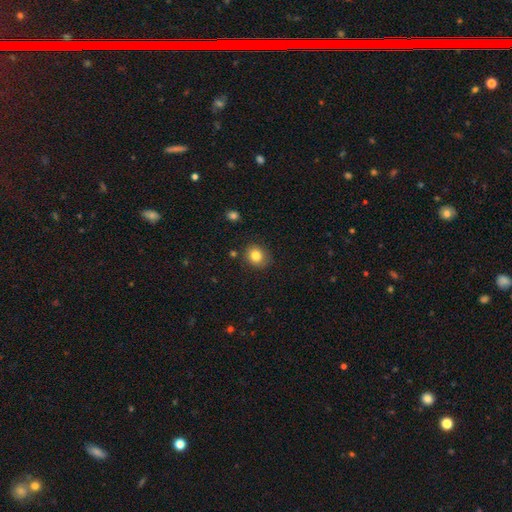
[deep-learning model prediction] Morphology: type=smooth (83%); roundness=round (67%); merging=none (79%).